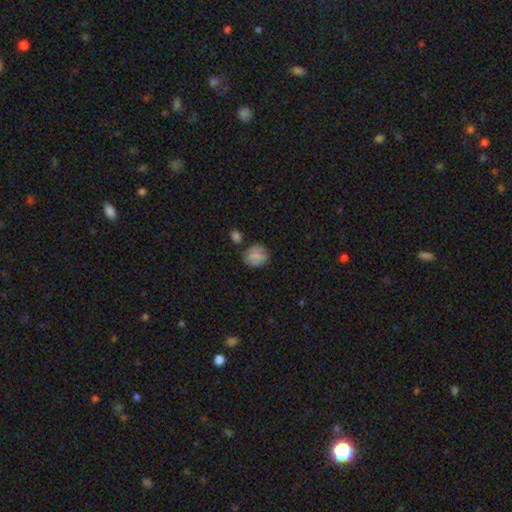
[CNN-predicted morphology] The model was most divided on "merging": none: 69%, minor disturbance: 19%, merger: 8%, major disturbance: 5%. More confident: smooth or featured — smooth (85%); how rounded — round (82%).